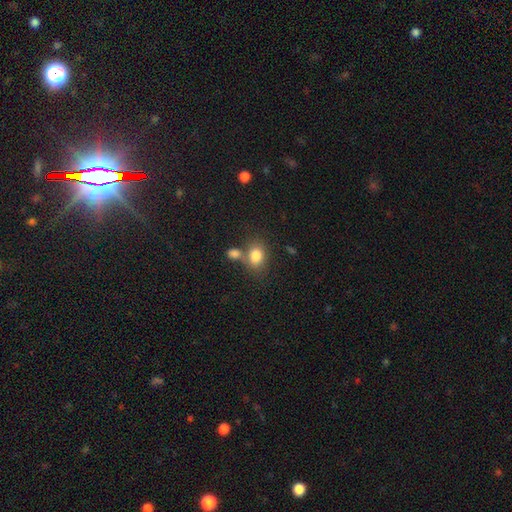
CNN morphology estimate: Smooth or featured? Predicted: smooth (p=0.81). How rounded? Predicted: in between (p=0.58). Merging? Predicted: none (p=0.53).